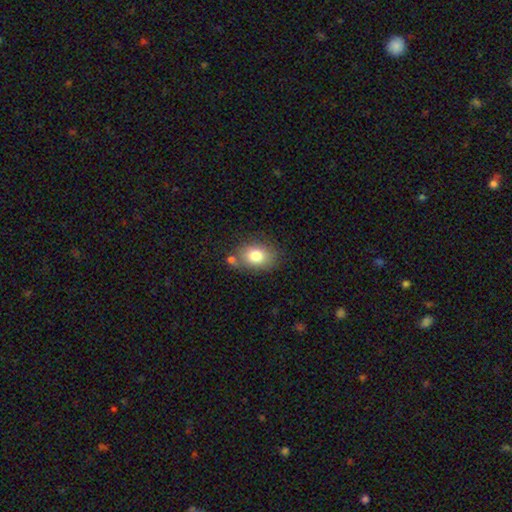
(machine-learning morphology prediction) smooth 79%, featured or disk 12%, star or artifact 9%. Down the decision tree: how rounded — in between (71%); merging — none (68%).